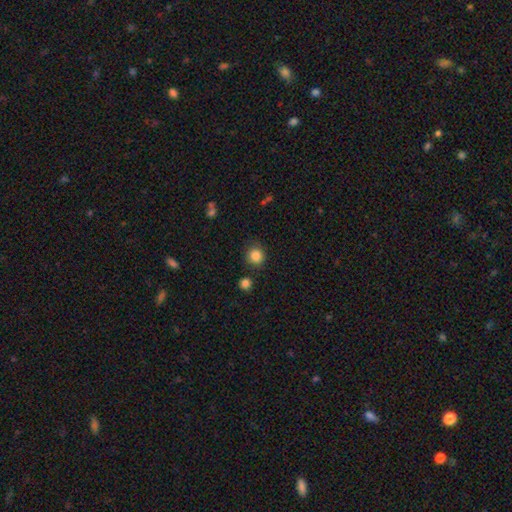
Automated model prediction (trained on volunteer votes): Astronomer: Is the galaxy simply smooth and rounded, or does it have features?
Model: smooth — 85%.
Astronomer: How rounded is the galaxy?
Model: round — 89%.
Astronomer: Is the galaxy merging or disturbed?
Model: none — 84%.